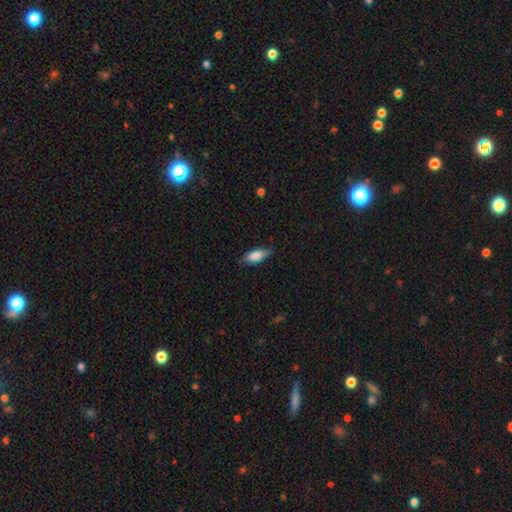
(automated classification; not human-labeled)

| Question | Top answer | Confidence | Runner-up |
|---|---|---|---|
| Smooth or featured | smooth | 80% | featured or disk (13%) |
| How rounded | in between | 74% | cigar-shaped (23%) |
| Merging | none | 74% | minor disturbance (21%) |